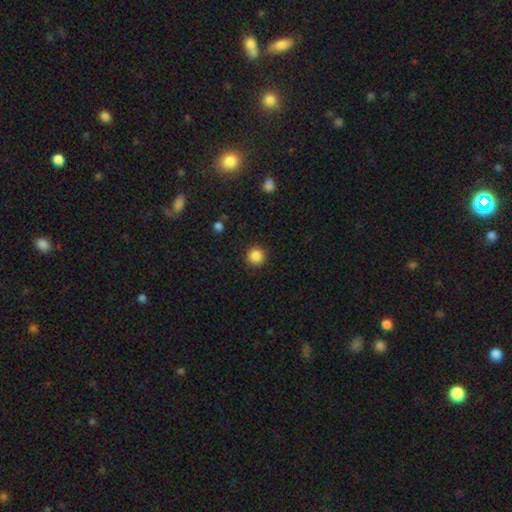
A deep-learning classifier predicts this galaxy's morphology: The model was most divided on "smooth or featured": smooth: 87%, star or artifact: 10%, featured or disk: 3%. More confident: how rounded — round (95%); merging — none (91%).